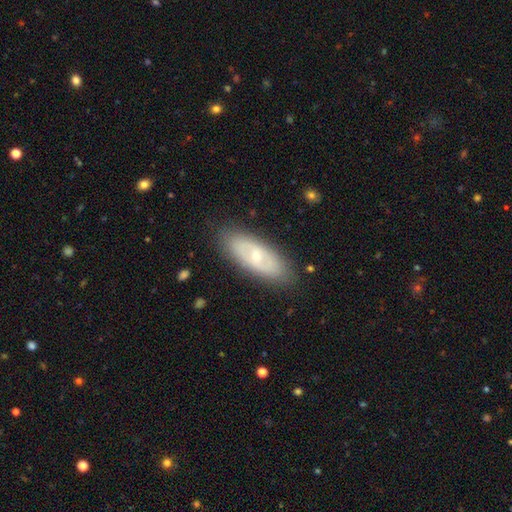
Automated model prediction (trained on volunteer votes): Overall: featured or disk (55%; smooth 39%). Edge-on disk: no (84%). Merging: none (85%).